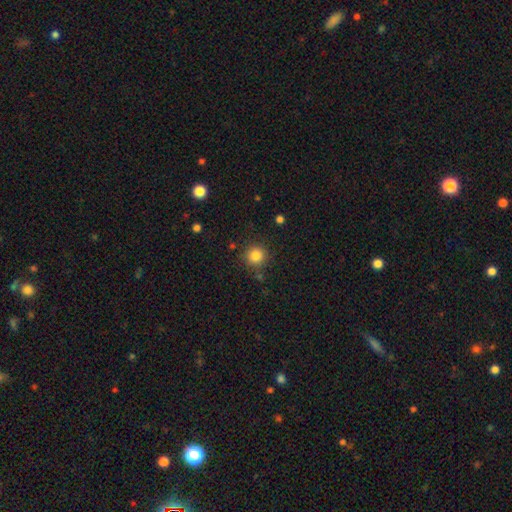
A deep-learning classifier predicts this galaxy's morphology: Q: Smooth or featured?
A: smooth (84%); runner-up: star or artifact (11%)
Q: How rounded?
A: round (93%); runner-up: in between (6%)
Q: Merging?
A: none (86%); runner-up: minor disturbance (8%)